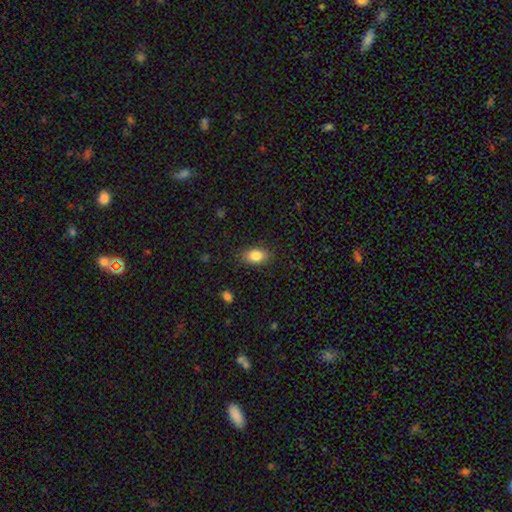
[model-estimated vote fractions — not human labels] Smooth or featured? Predicted: smooth (p=0.84). How rounded? Predicted: in between (p=0.87). Merging? Predicted: none (p=0.86).